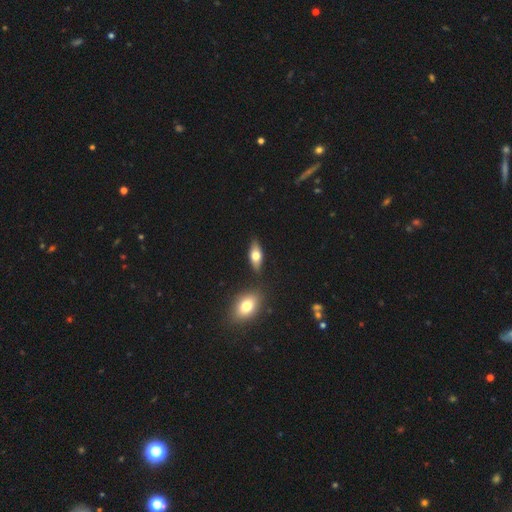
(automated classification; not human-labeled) smooth 64%, featured or disk 29%, star or artifact 7%. Down the decision tree: how rounded — in between (79%); merging — none (82%).